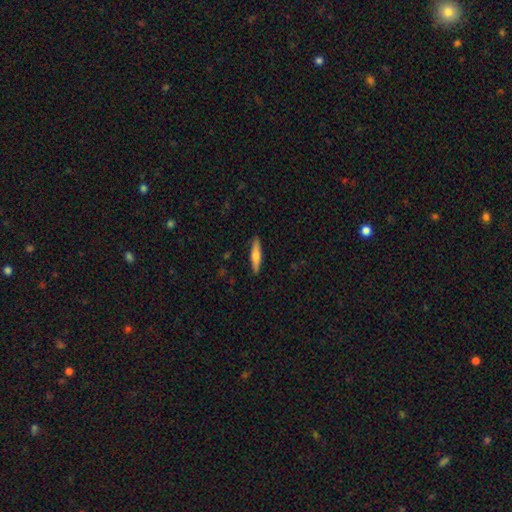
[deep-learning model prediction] Smooth or featured? Predicted: smooth (p=0.57). How rounded? Predicted: cigar-shaped (p=0.83). Merging? Predicted: none (p=0.90).